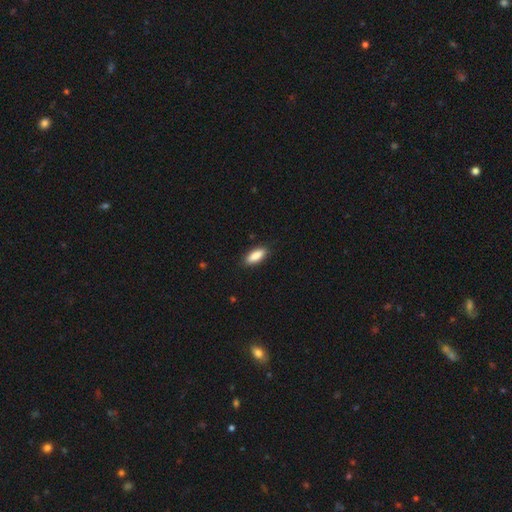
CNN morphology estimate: Overall: smooth (88%). How rounded: in between (73%). Merging: none (87%).